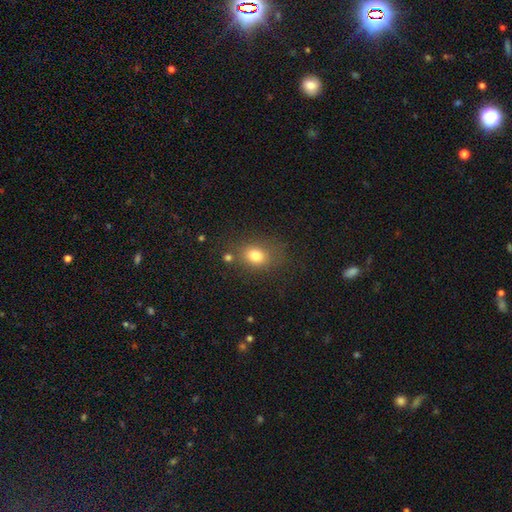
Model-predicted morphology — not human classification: The model was most divided on "how rounded": in between: 57%, round: 41%, cigar-shaped: 1%. More confident: smooth or featured — smooth (78%); merging — none (70%).